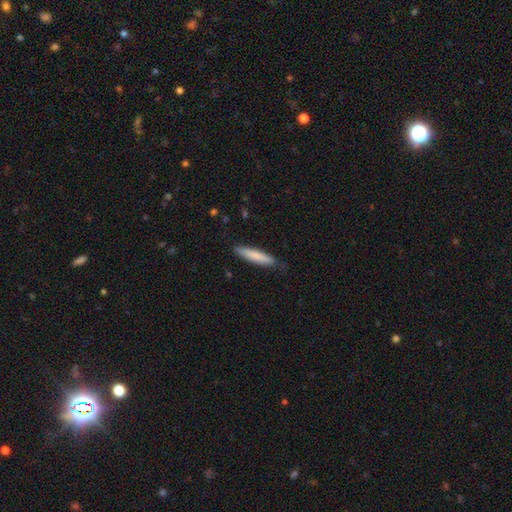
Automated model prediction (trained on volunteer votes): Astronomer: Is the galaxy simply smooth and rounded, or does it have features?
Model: smooth — 79%.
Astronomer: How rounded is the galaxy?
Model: cigar-shaped — 88%.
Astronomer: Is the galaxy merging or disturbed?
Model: none — 81%.